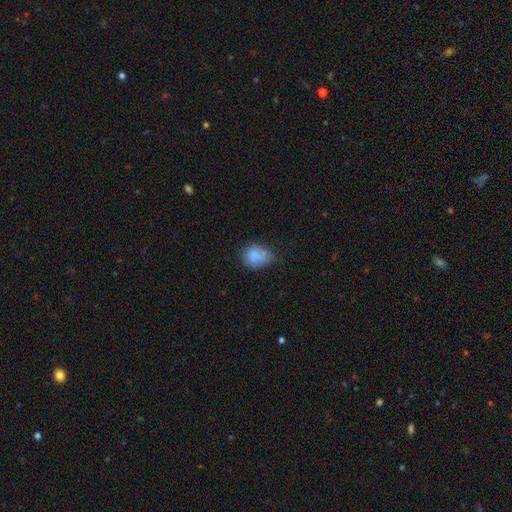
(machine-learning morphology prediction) smooth 81%, featured or disk 10%, star or artifact 9%. Down the decision tree: how rounded — in between (50%); merging — none (54%).